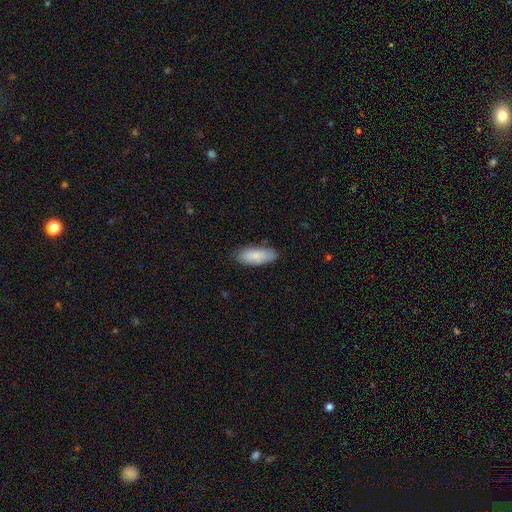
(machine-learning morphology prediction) A smooth galaxy with no disk features (86%) that is in between round and cigar-shaped (79%).

Vote fractions:
- Smooth or featured? smooth: 86% / featured or disk: 8% / star or artifact: 6%
- How rounded? in between: 79% / cigar-shaped: 19% / round: 2%
- Merging? none: 84% / minor disturbance: 13% / major disturbance: 2% / merger: 1%